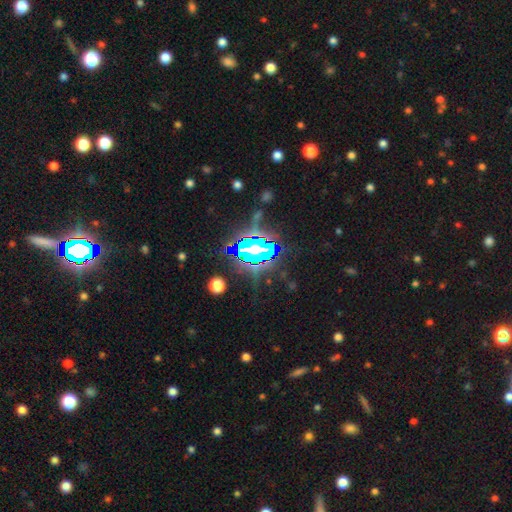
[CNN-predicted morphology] Smooth or featured? Predicted: star or artifact (p=0.68).